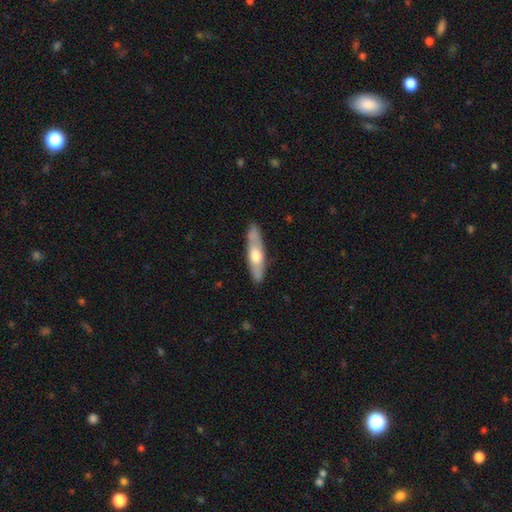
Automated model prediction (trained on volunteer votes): Smooth or featured?
  - smooth: 49% *
  - featured or disk: 46%
  - star or artifact: 5%
Merging?
  - none: 85% *
  - minor disturbance: 11%
  - major disturbance: 2%
  - merger: 1%